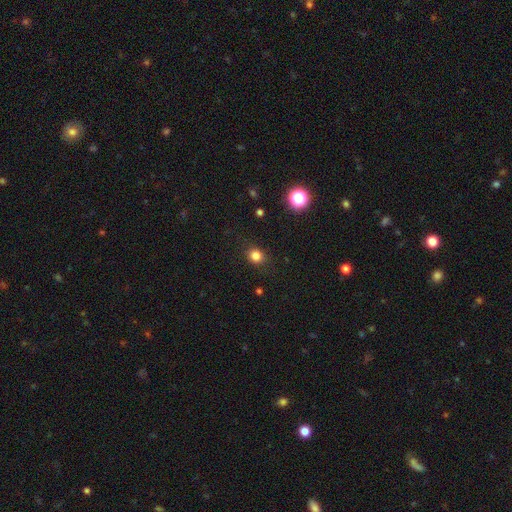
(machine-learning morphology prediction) A smooth galaxy with no disk features (81%) that is round (77%). Merging: none (87%).